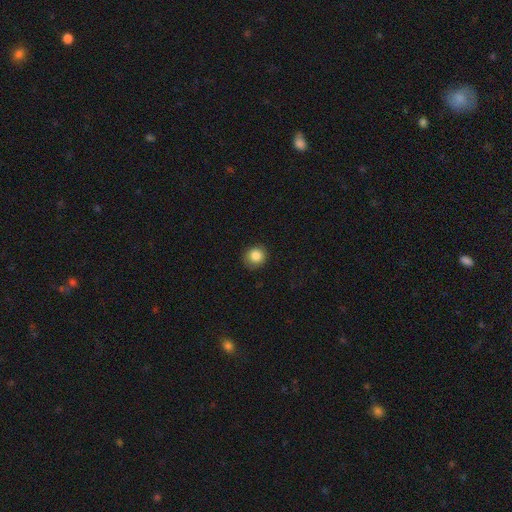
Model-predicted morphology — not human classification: This appears to be a smooth galaxy with no disk features (86%) that is round (88%). Merging: none (87%).